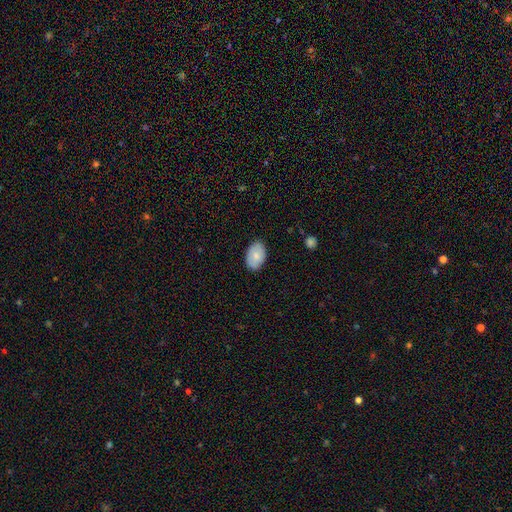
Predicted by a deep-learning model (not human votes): Smooth or featured: smooth — 75% (featured or disk — 19%)
How rounded: in between — 88% (round — 11%)
Merging: none — 84% (minor disturbance — 13%)